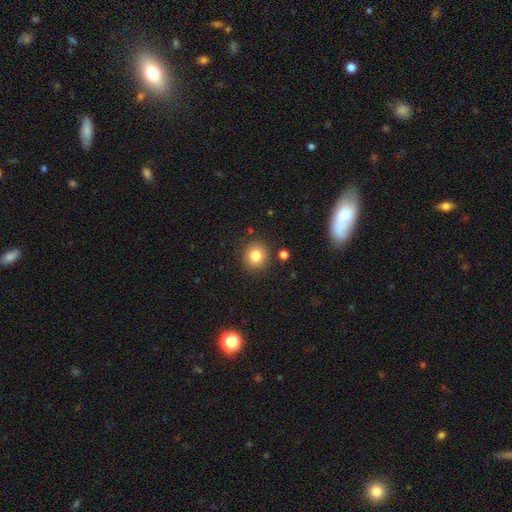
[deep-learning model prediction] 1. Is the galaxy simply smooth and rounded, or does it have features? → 81% smooth, 11% star or artifact, 8% featured or disk.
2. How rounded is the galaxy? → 88% round, 11% in between, 1% cigar-shaped.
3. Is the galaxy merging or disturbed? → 87% none, 8% minor disturbance, 3% merger, 2% major disturbance.